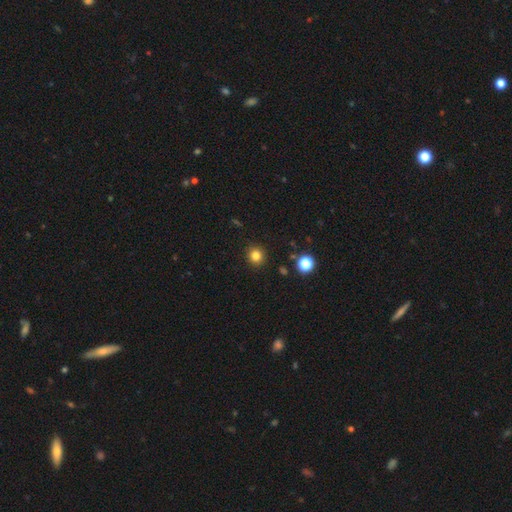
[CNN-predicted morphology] smooth_or_featured: smooth (p=0.82) [alt: star or artifact p=0.13]
how_rounded: round (p=0.92) [alt: in between p=0.08]
merging: none (p=0.92) [alt: minor disturbance p=0.05]